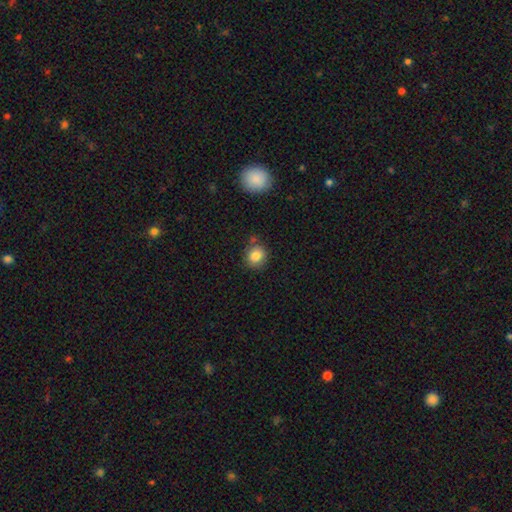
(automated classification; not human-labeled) Q: Smooth or featured?
A: smooth (84%); runner-up: star or artifact (10%)
Q: How rounded?
A: round (82%); runner-up: in between (17%)
Q: Merging?
A: none (76%); runner-up: minor disturbance (13%)